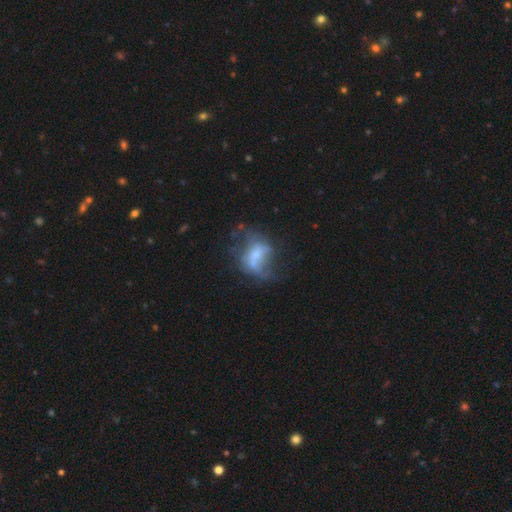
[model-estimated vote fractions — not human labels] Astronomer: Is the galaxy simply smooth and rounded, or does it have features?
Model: featured or disk — 56% (runner-up: smooth, 33%).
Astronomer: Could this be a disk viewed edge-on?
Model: no — 96%.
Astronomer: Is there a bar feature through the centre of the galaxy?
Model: no — 59%.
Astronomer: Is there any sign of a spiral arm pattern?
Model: no — 60% (runner-up: yes, 40%).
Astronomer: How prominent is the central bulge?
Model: small — 51% (runner-up: moderate, 32%).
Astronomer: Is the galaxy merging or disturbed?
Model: major disturbance — 35% (runner-up: none, 32%).